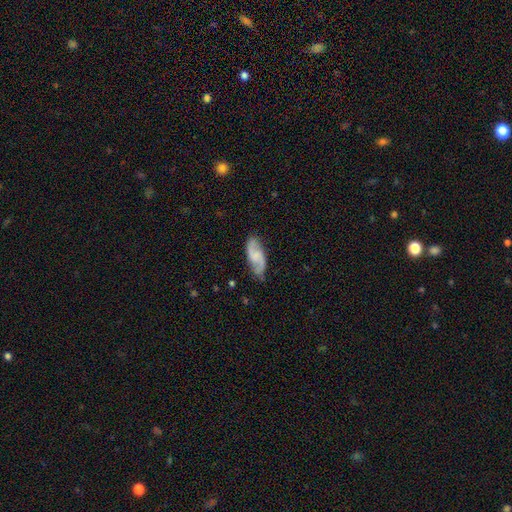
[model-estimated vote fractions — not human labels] Morphology: type=featured or disk (67%); edge-on=no (93%); bar=no (49%); spiral arms=yes (94%); winding=medium (44%); arm count=2 (90%); bulge=none (43%); merging=none (79%).